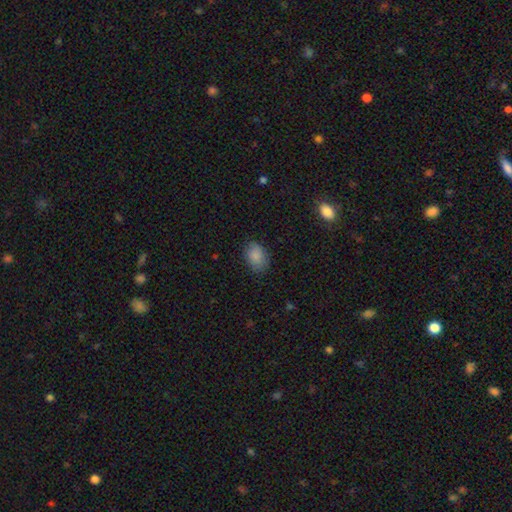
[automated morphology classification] smooth 87%, star or artifact 8%, featured or disk 6%. Down the decision tree: how rounded — in between (78%); merging — none (79%).